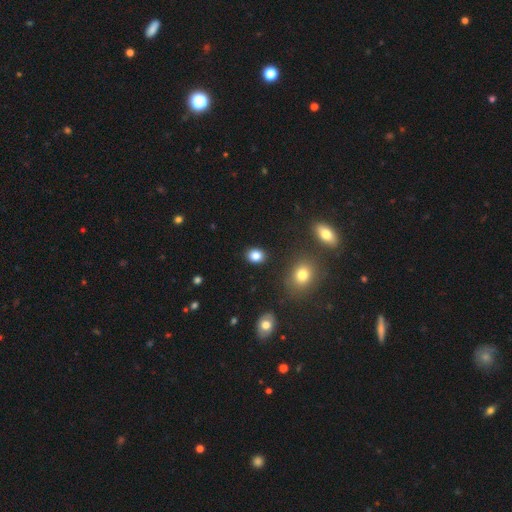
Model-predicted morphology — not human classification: Smooth or featured: smooth — 84% (star or artifact — 11%)
How rounded: round — 54% (in between — 44%)
Merging: none — 89% (minor disturbance — 7%)